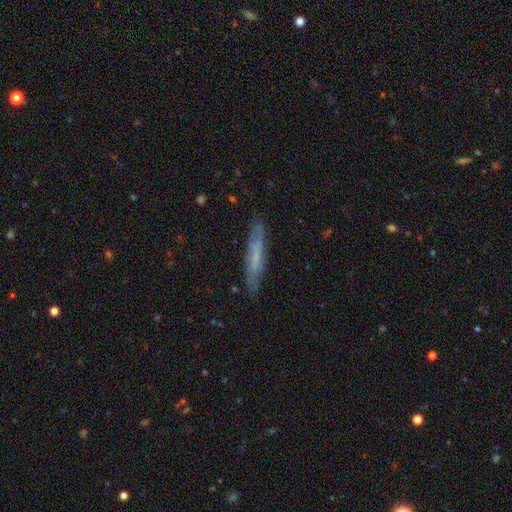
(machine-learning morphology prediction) Q: Smooth or featured?
A: smooth (48%); runner-up: featured or disk (46%)
Q: Merging?
A: none (83%); runner-up: minor disturbance (13%)